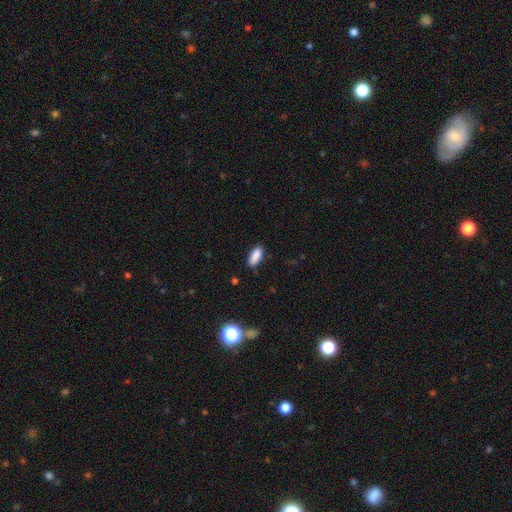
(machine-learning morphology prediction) Smooth or featured? Predicted: smooth (p=0.88). How rounded? Predicted: in between (p=0.85). Merging? Predicted: none (p=0.83).